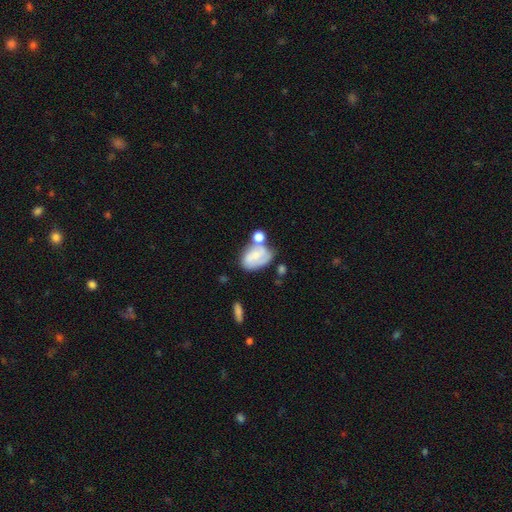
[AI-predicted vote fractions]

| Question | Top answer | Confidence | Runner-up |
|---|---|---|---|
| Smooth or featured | smooth | 58% | featured or disk (34%) |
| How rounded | in between | 84% | round (14%) |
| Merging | merger | 37% | none (28%) |